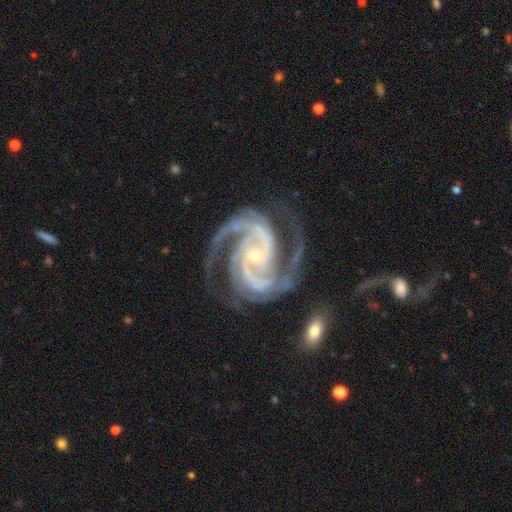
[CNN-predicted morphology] type=featured or disk (94%); edge-on=no (98%); bar=no (48%); spiral arms=yes (99%); winding=medium (50%); arm count=2 (61%); bulge=small (70%); merging=none (67%).